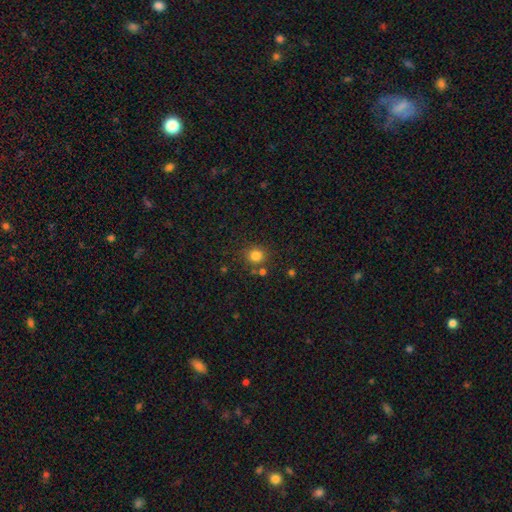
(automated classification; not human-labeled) A smooth galaxy with no disk features (82%) that is round (86%).

Vote fractions:
- Smooth or featured? smooth: 82% / star or artifact: 13% / featured or disk: 5%
- How rounded? round: 86% / in between: 13% / cigar-shaped: 1%
- Merging? none: 77% / minor disturbance: 11% / merger: 9% / major disturbance: 4%